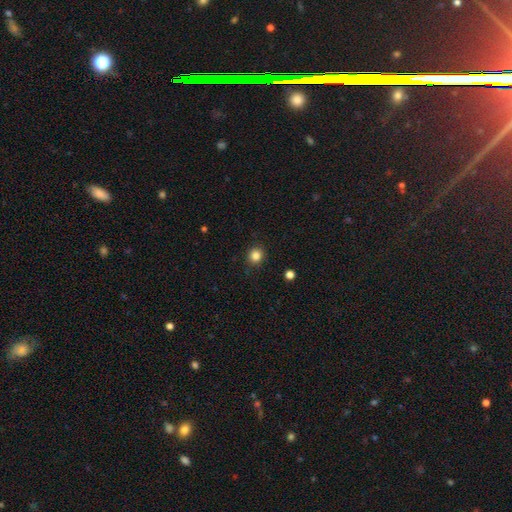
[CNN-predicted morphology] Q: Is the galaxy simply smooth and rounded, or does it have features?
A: smooth — 83%.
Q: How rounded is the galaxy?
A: round — 88%.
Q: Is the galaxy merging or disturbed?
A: none — 90%.